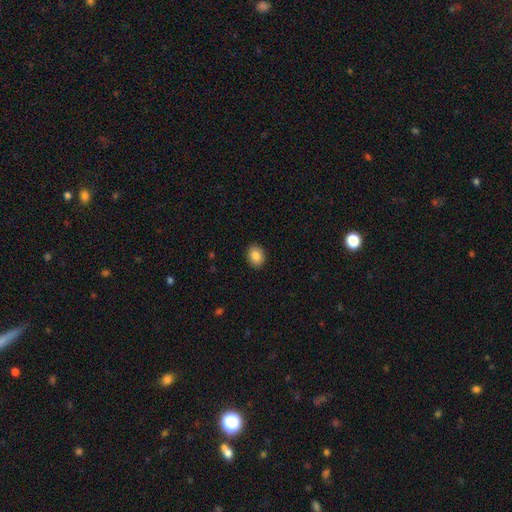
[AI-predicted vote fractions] smooth_or_featured: smooth (p=0.85) [alt: star or artifact p=0.08]
how_rounded: in between (p=0.56) [alt: round p=0.43]
merging: none (p=0.91) [alt: minor disturbance p=0.07]